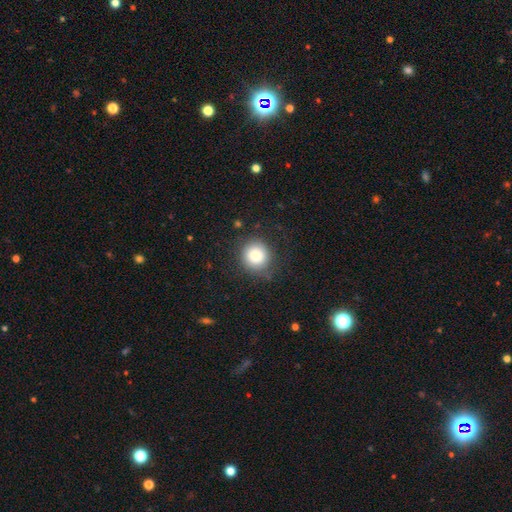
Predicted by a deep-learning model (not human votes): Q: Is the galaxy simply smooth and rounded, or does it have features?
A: smooth — 81%.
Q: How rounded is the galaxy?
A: round — 92%.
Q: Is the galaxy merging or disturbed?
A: none — 82%.